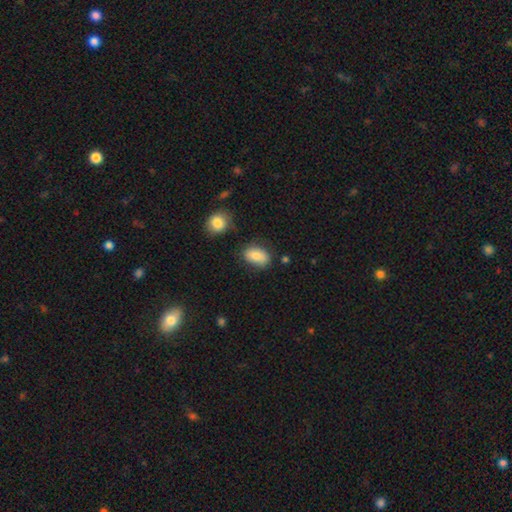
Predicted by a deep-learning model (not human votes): Smooth or featured?
  - smooth: 83% *
  - featured or disk: 9%
  - star or artifact: 8%
How rounded?
  - in between: 88% *
  - round: 10%
  - cigar-shaped: 2%
Merging?
  - none: 72% *
  - minor disturbance: 19%
  - merger: 5%
  - major disturbance: 4%